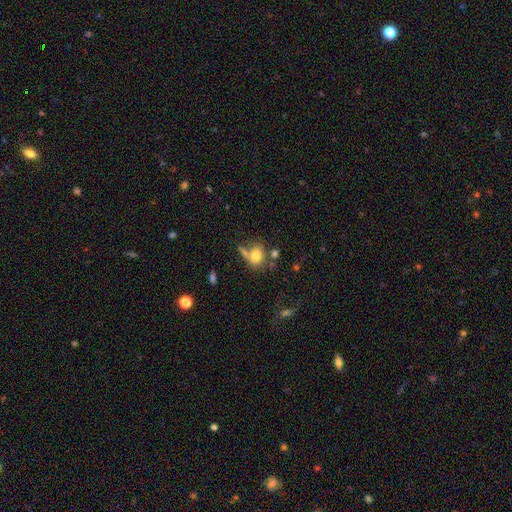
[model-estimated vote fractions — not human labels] smooth 74%, featured or disk 15%, star or artifact 11%. Down the decision tree: how rounded — in between (57%); merging — none (42%).